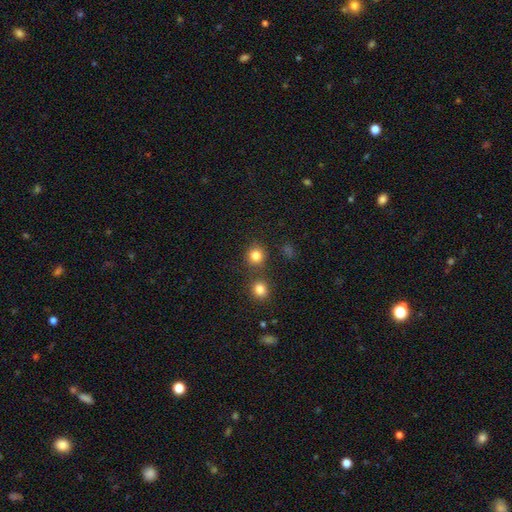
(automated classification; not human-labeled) This appears to be a smooth galaxy with no disk features (82%) that is round (90%). Merging: none (78%).